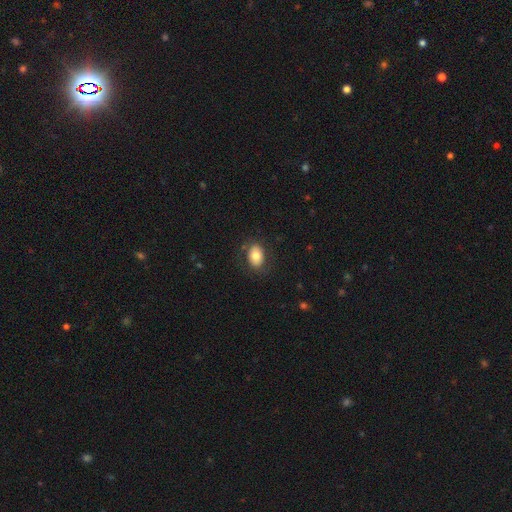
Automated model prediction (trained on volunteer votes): Morphology: type=smooth (77%); roundness=in between (79%); merging=none (80%).